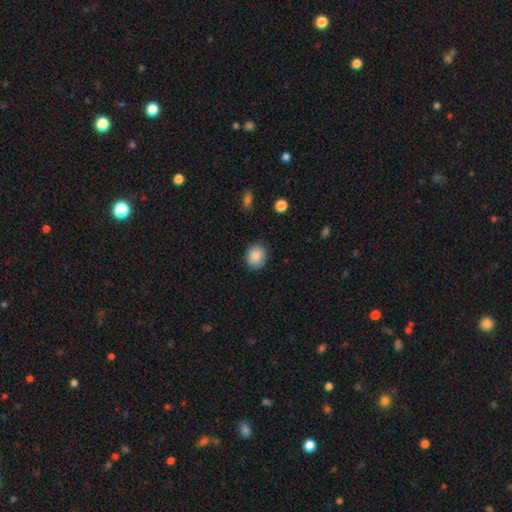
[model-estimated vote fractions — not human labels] This is clearly a smooth galaxy (88%). How rounded: possibly round (54%). Merging: clearly none (85%).